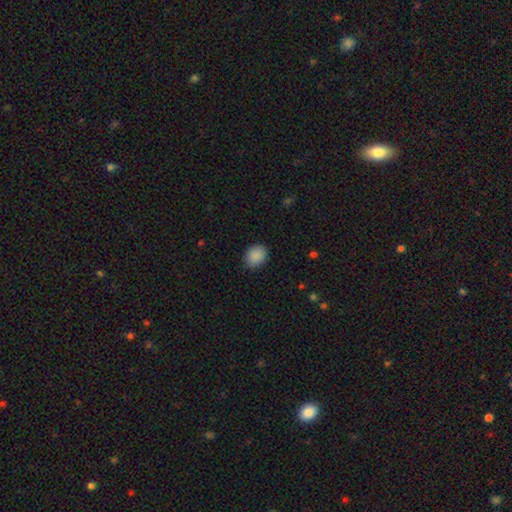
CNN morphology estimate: smooth_or_featured: smooth (p=0.89) [alt: star or artifact p=0.08]
how_rounded: in between (p=0.52) [alt: round p=0.47]
merging: none (p=0.87) [alt: minor disturbance p=0.09]